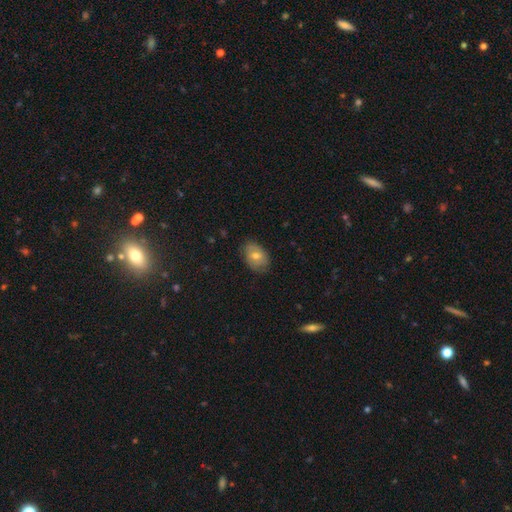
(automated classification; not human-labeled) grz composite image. It shows a smooth galaxy with no disk features (61%) that is in between round and cigar-shaped (84%). Merging: none (80%).